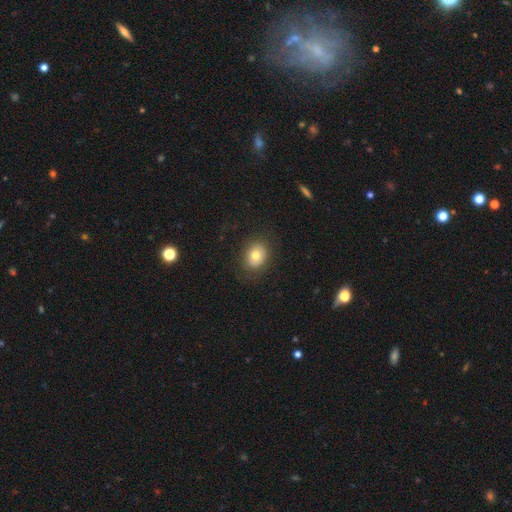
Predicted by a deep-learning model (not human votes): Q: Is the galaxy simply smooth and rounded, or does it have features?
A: smooth — 75%.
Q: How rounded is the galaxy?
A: in between — 51%.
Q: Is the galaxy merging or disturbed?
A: none — 83%.